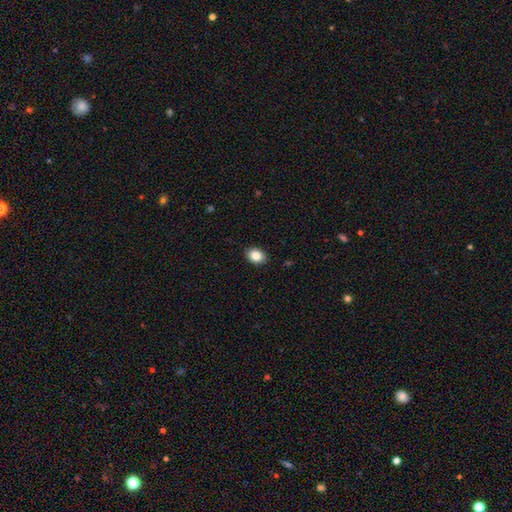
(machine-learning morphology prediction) Smooth or featured? smooth (86%)
How rounded? in between (70%)
Merging? none (89%)